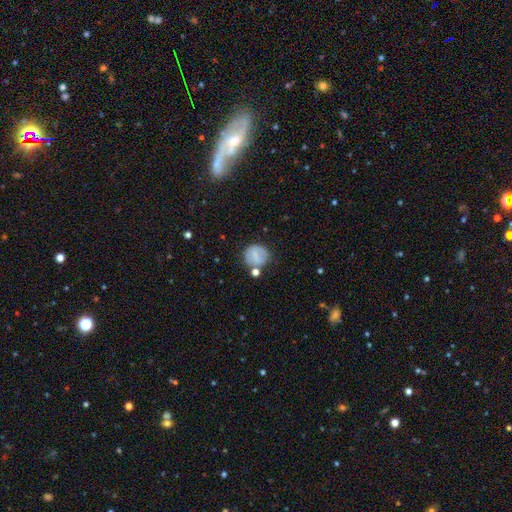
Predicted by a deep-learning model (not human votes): Q: Smooth or featured?
A: smooth (66%); runner-up: featured or disk (24%)
Q: How rounded?
A: round (84%); runner-up: in between (15%)
Q: Merging?
A: none (66%); runner-up: minor disturbance (18%)